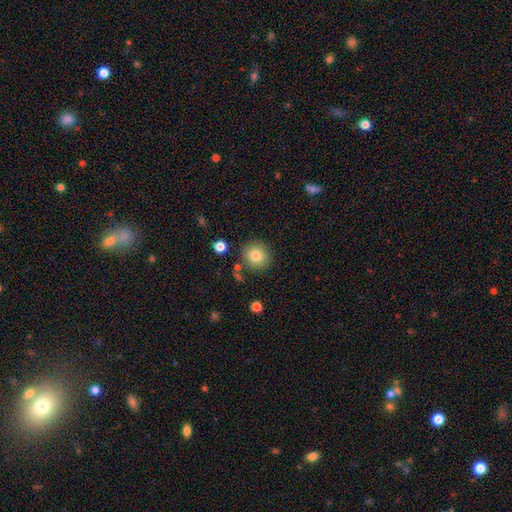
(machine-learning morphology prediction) smooth_or_featured: smooth (p=0.82) [alt: star or artifact p=0.10]
how_rounded: round (p=0.91) [alt: in between p=0.08]
merging: none (p=0.84) [alt: minor disturbance p=0.09]